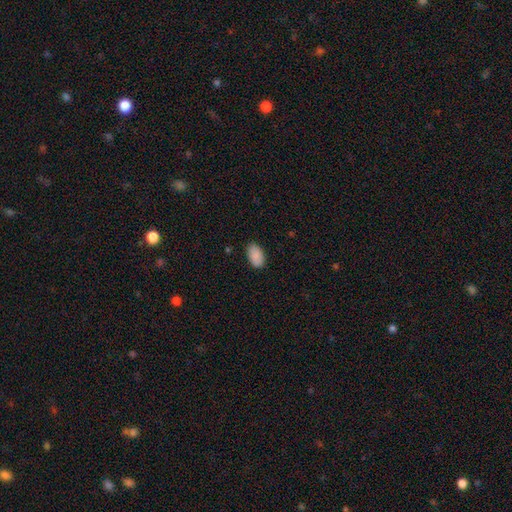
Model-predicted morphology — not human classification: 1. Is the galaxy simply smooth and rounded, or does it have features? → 89% smooth, 7% star or artifact, 4% featured or disk.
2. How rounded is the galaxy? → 94% in between, 4% round, 1% cigar-shaped.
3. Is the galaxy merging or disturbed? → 86% none, 11% minor disturbance, 2% major disturbance, 1% merger.